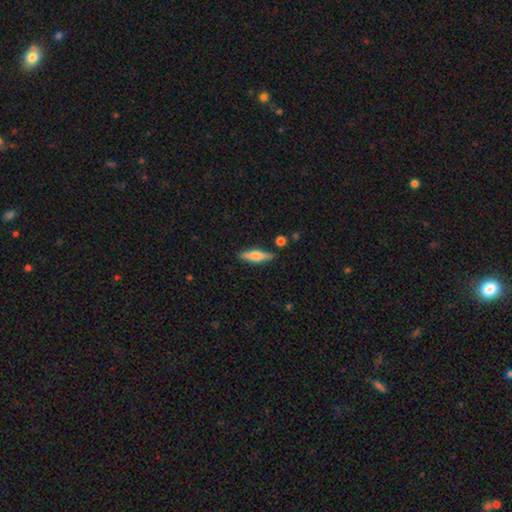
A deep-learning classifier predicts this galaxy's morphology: This is possibly a smooth galaxy (54%). How rounded: likely cigar-shaped (68%). Merging: clearly none (84%).